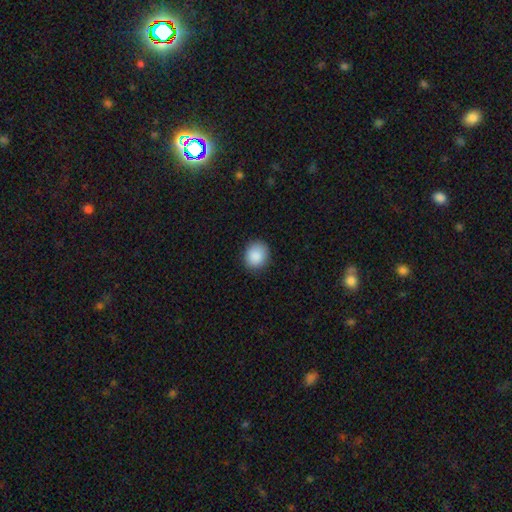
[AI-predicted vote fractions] A smooth galaxy with no disk features (89%) that is round (74%).

Vote fractions:
- Smooth or featured? smooth: 89% / star or artifact: 8% / featured or disk: 3%
- How rounded? round: 74% / in between: 25% / cigar-shaped: 1%
- Merging? none: 87% / minor disturbance: 10% / major disturbance: 2% / merger: 1%